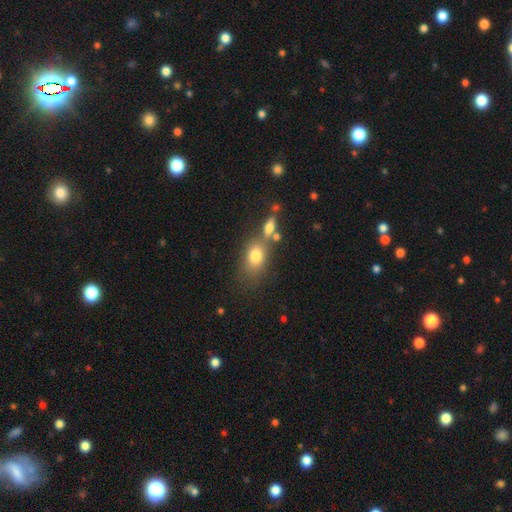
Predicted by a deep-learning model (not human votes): Overall: smooth (77%). How rounded: in between (71%). Merging: none (51%; merger 28%).